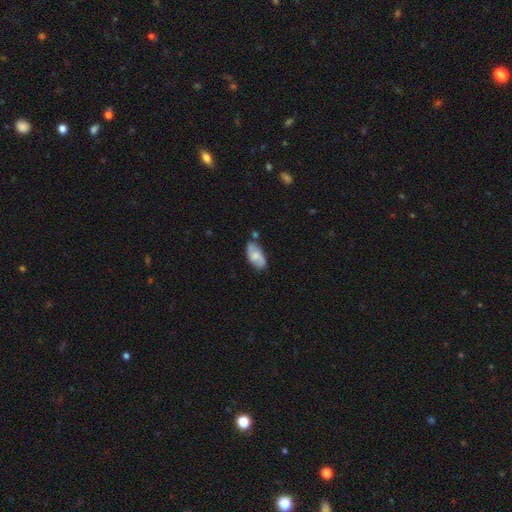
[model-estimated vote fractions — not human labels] Smooth or featured?
  - smooth: 47% *
  - featured or disk: 46%
  - star or artifact: 7%
Merging?
  - none: 64% *
  - minor disturbance: 23%
  - merger: 8%
  - major disturbance: 5%